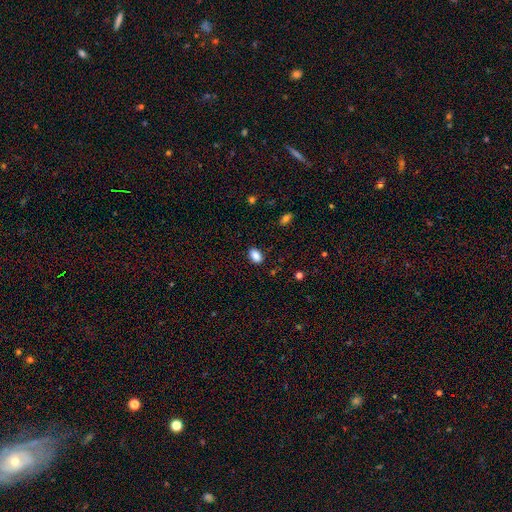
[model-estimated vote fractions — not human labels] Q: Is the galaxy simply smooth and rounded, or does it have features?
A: smooth — 88%.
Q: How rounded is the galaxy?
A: in between — 89%.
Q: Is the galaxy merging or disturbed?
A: none — 87%.